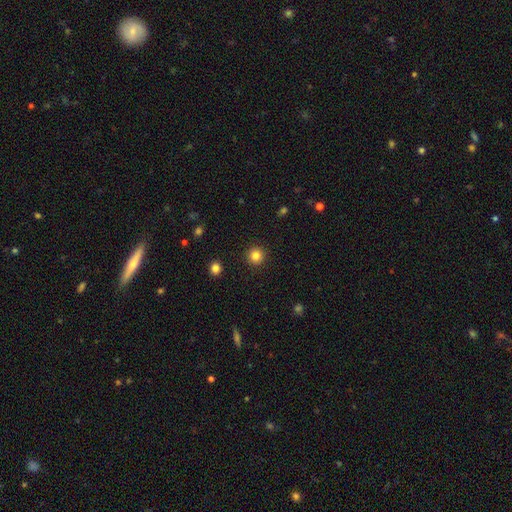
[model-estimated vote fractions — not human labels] Smooth or featured? Predicted: smooth (p=0.84). How rounded? Predicted: round (p=0.95). Merging? Predicted: none (p=0.93).